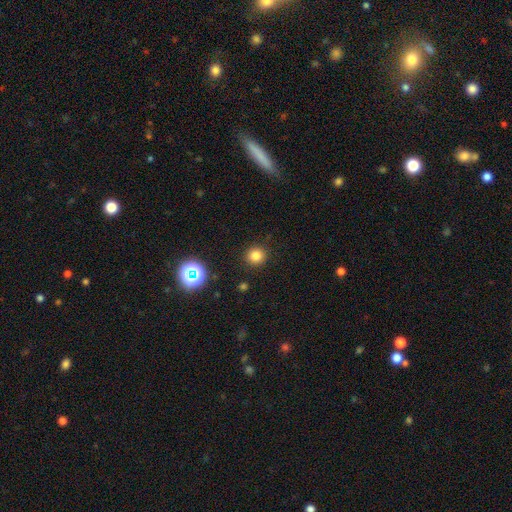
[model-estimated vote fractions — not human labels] A smooth galaxy with no disk features (80%) that is round (92%).

Vote fractions:
- Smooth or featured? smooth: 80% / star or artifact: 15% / featured or disk: 5%
- How rounded? round: 92% / in between: 7% / cigar-shaped: 1%
- Merging? none: 91% / minor disturbance: 6% / major disturbance: 2% / merger: 1%